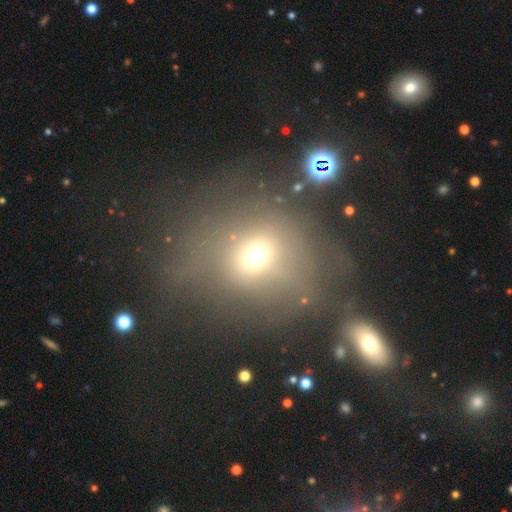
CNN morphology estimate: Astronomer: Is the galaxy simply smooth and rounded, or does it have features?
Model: smooth — 57%.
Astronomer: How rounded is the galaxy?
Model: round — 73%.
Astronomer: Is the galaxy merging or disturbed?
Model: none — 48%.